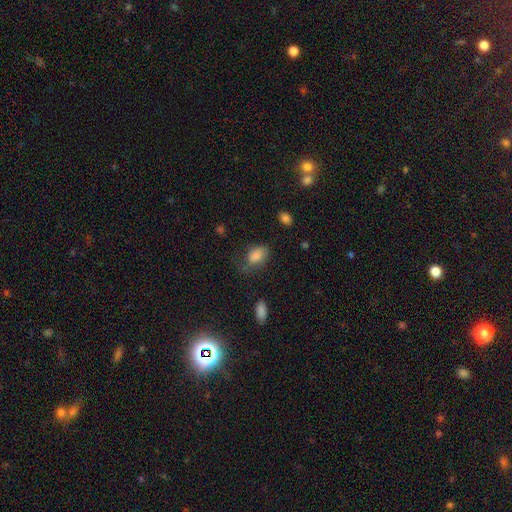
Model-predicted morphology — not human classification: Smooth or featured?
  - smooth: 79% *
  - star or artifact: 11%
  - featured or disk: 10%
How rounded?
  - in between: 84% *
  - round: 15%
  - cigar-shaped: 2%
Merging?
  - none: 49% *
  - minor disturbance: 30%
  - major disturbance: 19%
  - merger: 3%